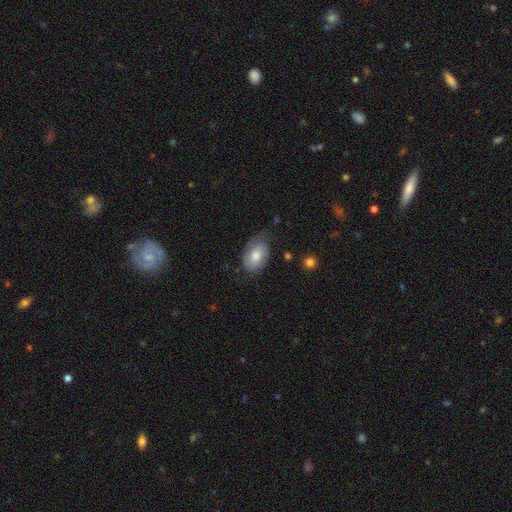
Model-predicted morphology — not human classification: smooth 55%, featured or disk 37%, star or artifact 8%. Down the decision tree: how rounded — in between (86%); merging — none (57%).